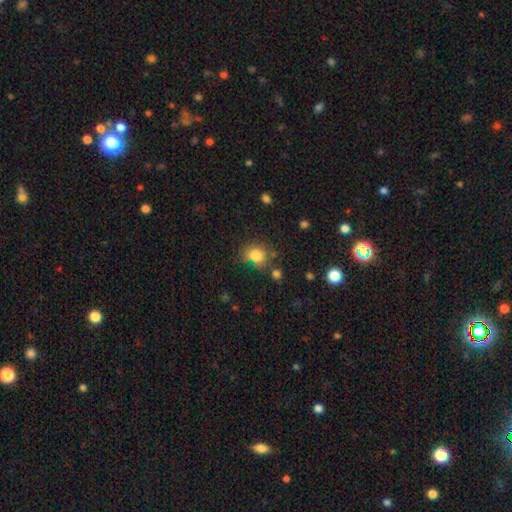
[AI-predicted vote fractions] A smooth galaxy with no disk features (82%) that is round (62%).

Vote fractions:
- Smooth or featured? smooth: 82% / star or artifact: 11% / featured or disk: 7%
- How rounded? round: 62% / in between: 37% / cigar-shaped: 1%
- Merging? none: 64% / minor disturbance: 19% / merger: 10% / major disturbance: 7%